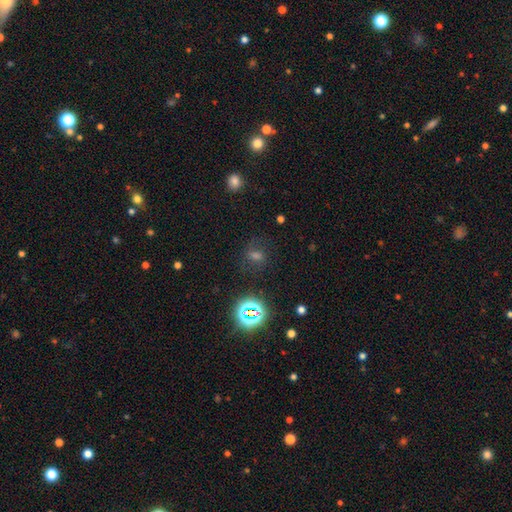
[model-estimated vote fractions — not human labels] smooth_or_featured: star or artifact (p=0.42) [alt: smooth p=0.39]